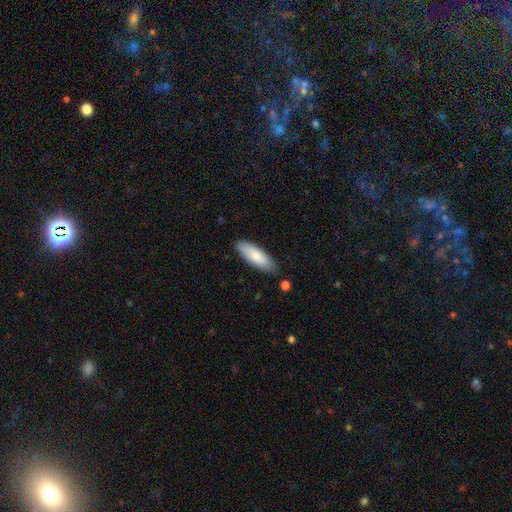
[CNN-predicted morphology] Smooth or featured?
  - smooth: 81% *
  - featured or disk: 13%
  - star or artifact: 5%
How rounded?
  - in between: 62% *
  - cigar-shaped: 37%
  - round: 1%
Merging?
  - none: 80% *
  - minor disturbance: 15%
  - merger: 3%
  - major disturbance: 3%